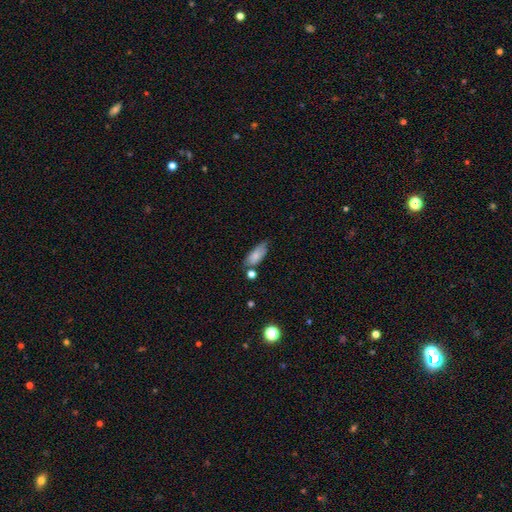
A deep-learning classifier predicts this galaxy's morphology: Smooth or featured? smooth (77%)
How rounded? in between (80%)
Merging? none (58%)